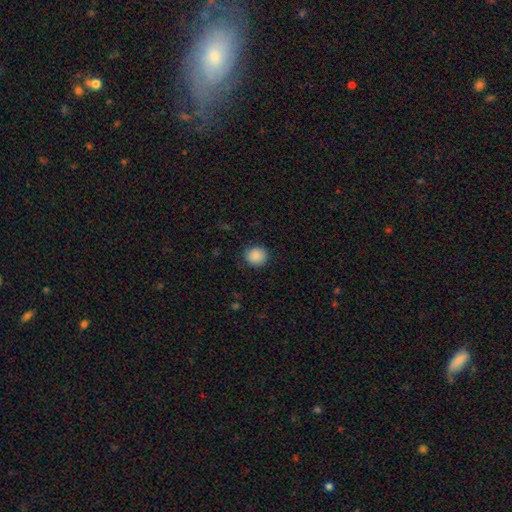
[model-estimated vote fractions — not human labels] Smooth or featured? smooth (89%)
How rounded? round (90%)
Merging? none (89%)